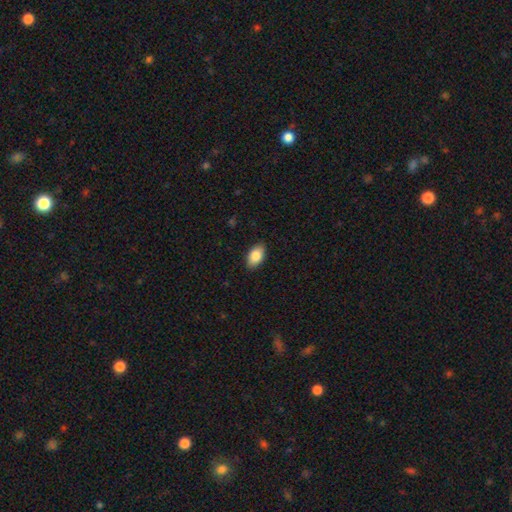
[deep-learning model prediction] A smooth galaxy with no disk features (85%) that is in between round and cigar-shaped (93%).

Vote fractions:
- Smooth or featured? smooth: 85% / featured or disk: 8% / star or artifact: 7%
- How rounded? in between: 93% / round: 5% / cigar-shaped: 2%
- Merging? none: 88% / minor disturbance: 9% / major disturbance: 2% / merger: 1%